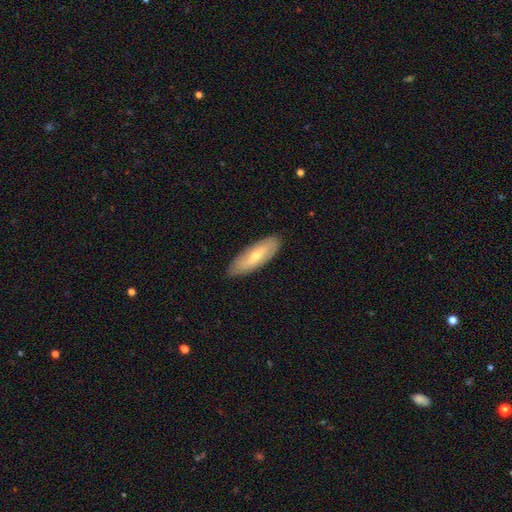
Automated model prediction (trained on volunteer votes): smooth 48%, featured or disk 45%, star or artifact 6%. Down the decision tree: merging — none (87%).